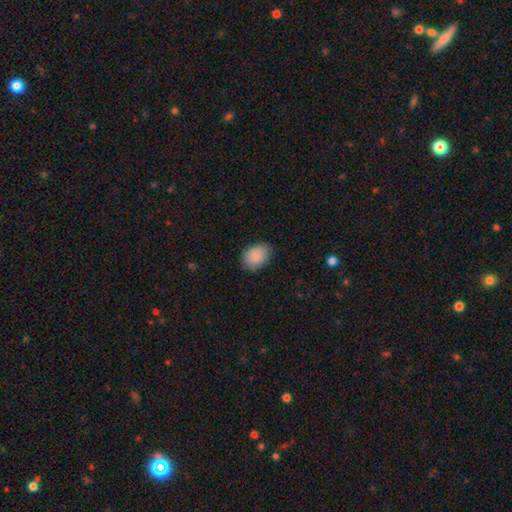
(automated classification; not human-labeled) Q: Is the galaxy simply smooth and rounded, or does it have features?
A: smooth — 89%.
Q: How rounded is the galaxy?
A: in between — 75%.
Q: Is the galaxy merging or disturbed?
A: none — 80%.